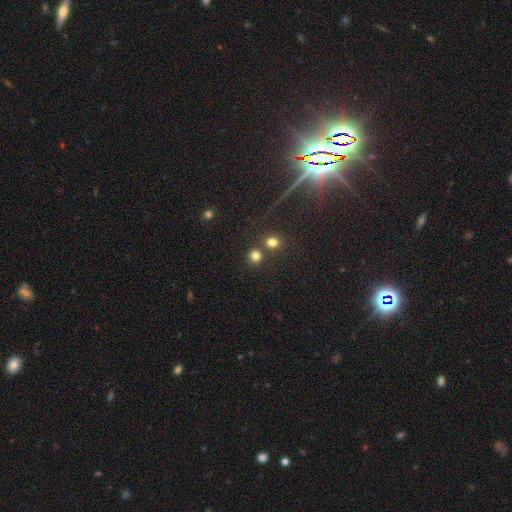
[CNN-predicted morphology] smooth-or-featured: smooth: 77% | star or artifact: 16% | featured or disk: 7%
  how-rounded: round: 86% | in between: 13% | cigar-shaped: 1%
  merging: none: 67% | merger: 23% | minor disturbance: 7% | major disturbance: 3%